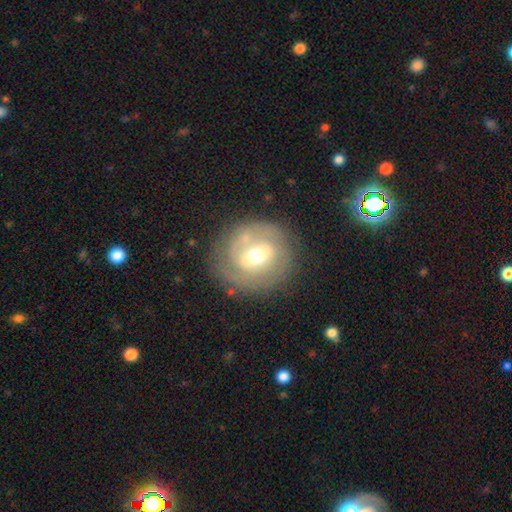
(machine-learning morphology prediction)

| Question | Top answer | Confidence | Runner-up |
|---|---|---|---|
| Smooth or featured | featured or disk | 71% | smooth (22%) |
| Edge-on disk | no | 96% | yes (4%) |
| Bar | weak | 47% | strong (29%) |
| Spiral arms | yes | 77% | no (23%) |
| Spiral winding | tight | 59% | medium (30%) |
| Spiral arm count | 2 | 61% | can't tell (22%) |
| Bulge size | moderate | 67% | small (24%) |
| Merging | none | 77% | minor disturbance (14%) |